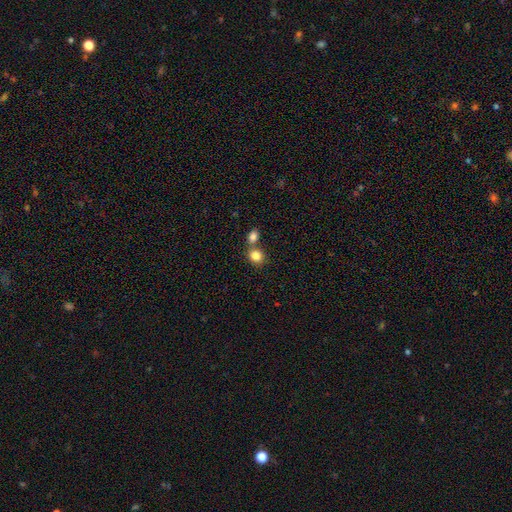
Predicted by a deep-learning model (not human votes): This is clearly a smooth galaxy (84%). How rounded: likely round (72%). Merging: possibly none (55%).